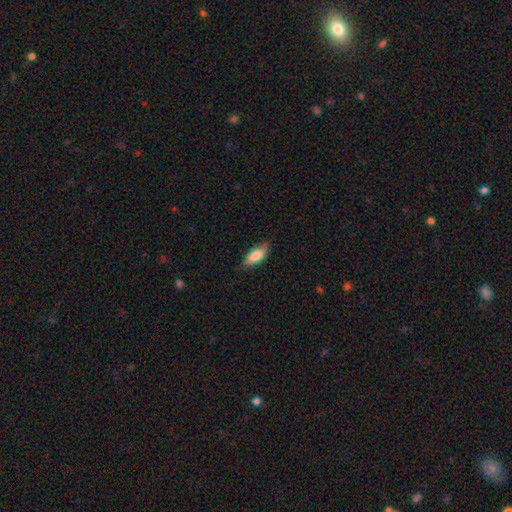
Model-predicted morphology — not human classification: This appears to be a smooth galaxy with no disk features (80%) that is in between round and cigar-shaped (82%). Merging: none (75%).